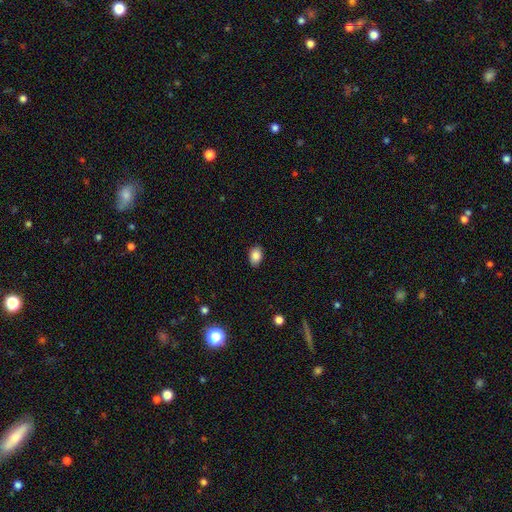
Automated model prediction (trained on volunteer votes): Overall: smooth (87%). How rounded: in between (82%). Merging: none (87%).